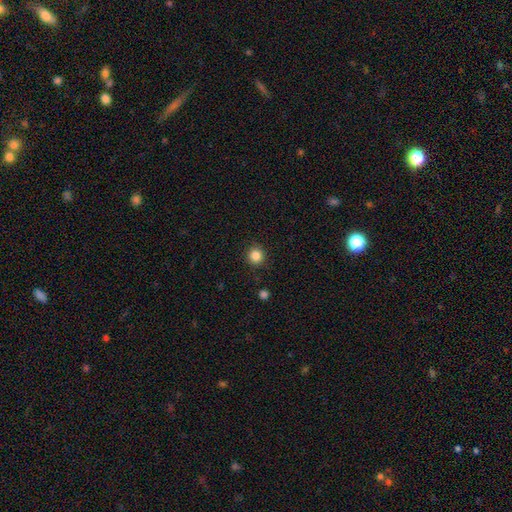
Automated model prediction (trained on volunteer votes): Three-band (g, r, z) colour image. It shows a smooth galaxy with no disk features (84%) that is round (92%). Merging: none (91%).